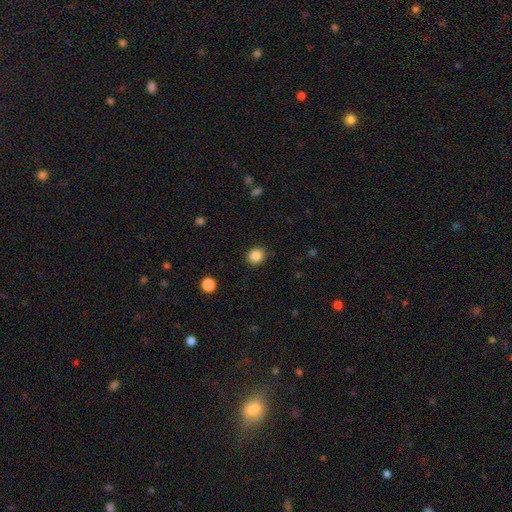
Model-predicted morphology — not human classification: This is clearly a smooth galaxy (87%). How rounded: likely round (67%). Merging: clearly none (89%).